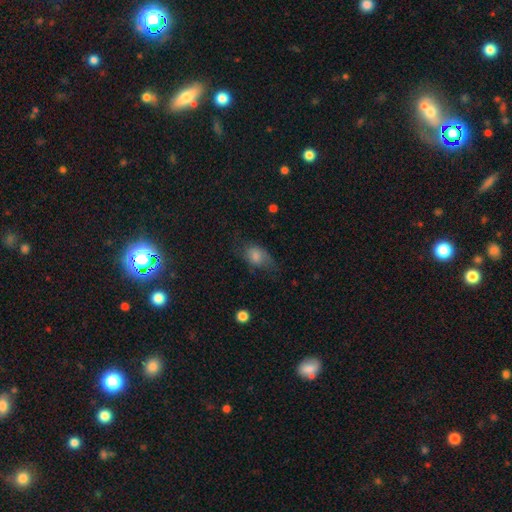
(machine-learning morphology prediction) smooth-or-featured: smooth: 69% | featured or disk: 21% | star or artifact: 10%
  how-rounded: in between: 82% | round: 15% | cigar-shaped: 3%
  merging: none: 48% | minor disturbance: 29% | major disturbance: 21% | merger: 2%